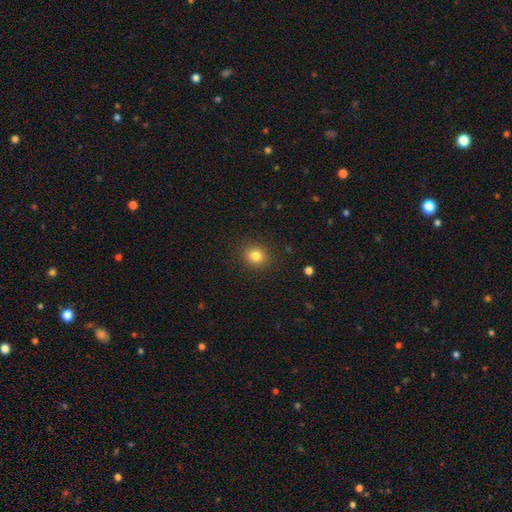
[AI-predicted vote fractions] Smooth or featured? Predicted: smooth (p=0.81). How rounded? Predicted: round (p=0.79). Merging? Predicted: none (p=0.90).